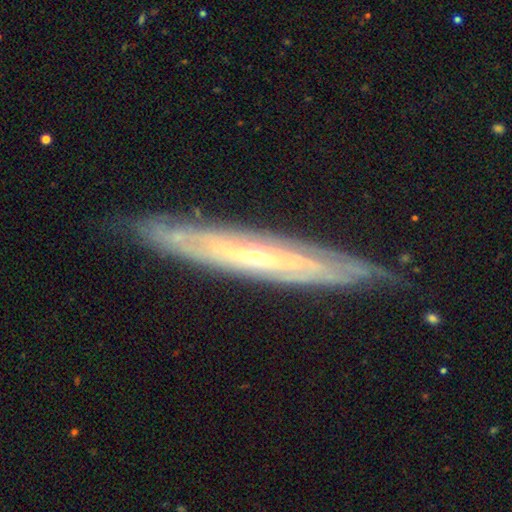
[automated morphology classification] Q: Smooth or featured?
A: featured or disk (82%); runner-up: smooth (12%)
Q: Edge-on disk?
A: yes (62%); runner-up: no (38%)
Q: Edge-on bulge?
A: rounded (54%); runner-up: none (43%)
Q: Merging?
A: none (82%); runner-up: minor disturbance (14%)